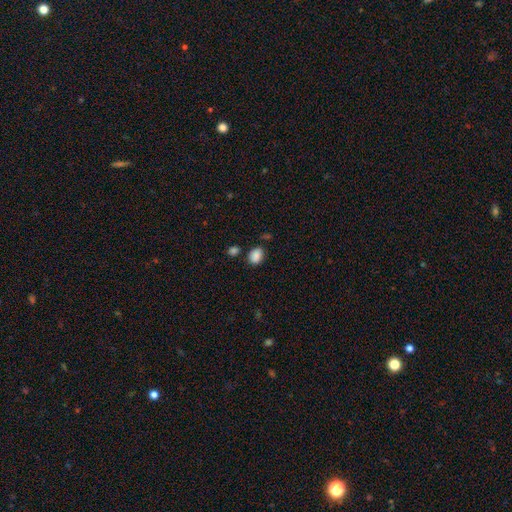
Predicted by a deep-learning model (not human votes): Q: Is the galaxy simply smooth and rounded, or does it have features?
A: smooth — 87%.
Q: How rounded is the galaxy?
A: in between — 64%.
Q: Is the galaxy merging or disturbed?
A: none — 75%.